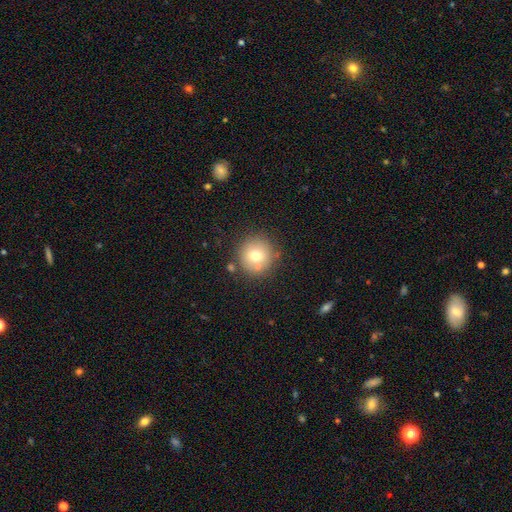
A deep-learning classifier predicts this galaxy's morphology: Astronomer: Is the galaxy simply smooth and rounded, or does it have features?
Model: smooth — 70%.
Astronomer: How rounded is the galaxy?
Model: round — 93%.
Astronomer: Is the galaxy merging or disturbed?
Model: none — 76%.